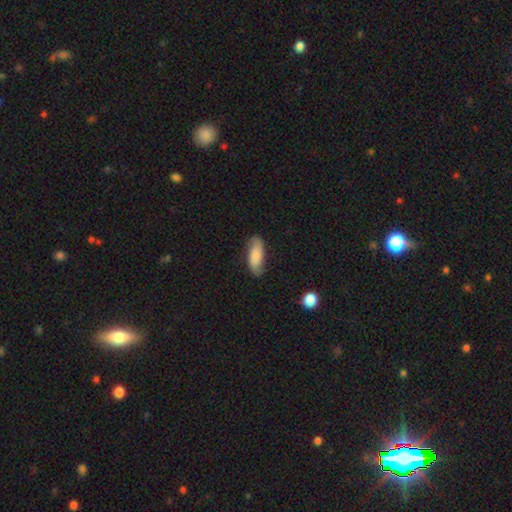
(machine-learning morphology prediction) Smooth or featured? Predicted: smooth (p=0.76). How rounded? Predicted: in between (p=0.75). Merging? Predicted: none (p=0.76).